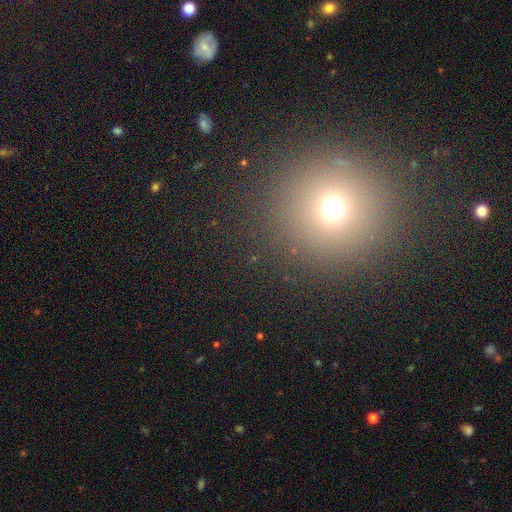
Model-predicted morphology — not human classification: Smooth or featured?
  - smooth: 63% *
  - star or artifact: 28%
  - featured or disk: 9%
How rounded?
  - round: 93% *
  - in between: 6%
  - cigar-shaped: 1%
Merging?
  - none: 90% *
  - minor disturbance: 5%
  - major disturbance: 3%
  - merger: 2%